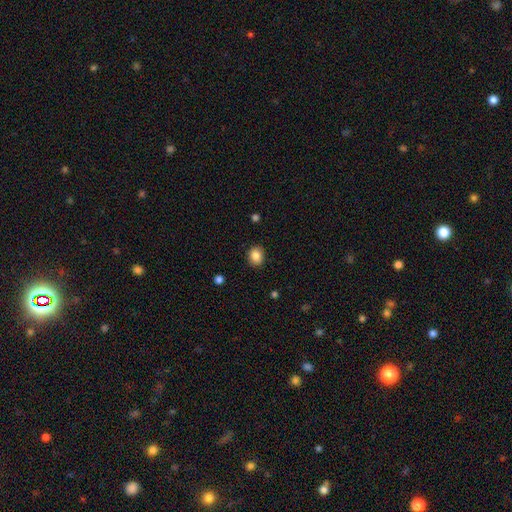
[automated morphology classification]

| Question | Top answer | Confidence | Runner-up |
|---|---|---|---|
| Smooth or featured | smooth | 85% | star or artifact (9%) |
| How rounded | round | 65% | in between (34%) |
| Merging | none | 88% | minor disturbance (9%) |